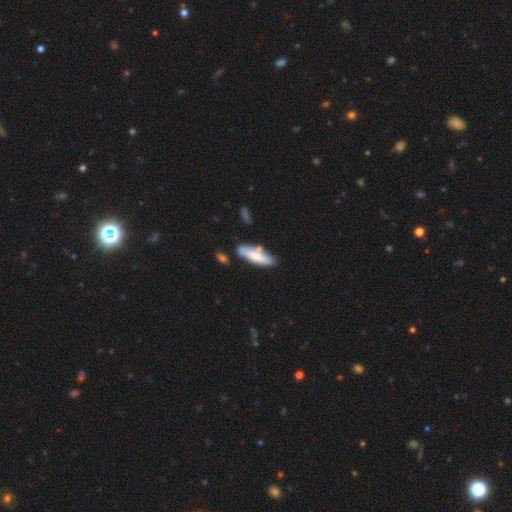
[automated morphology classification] A smooth galaxy with no disk features (73%) that is cigar-shaped (53%).

Vote fractions:
- Smooth or featured? smooth: 73% / featured or disk: 21% / star or artifact: 6%
- How rounded? cigar-shaped: 53% / in between: 46% / round: 2%
- Merging? none: 65% / minor disturbance: 22% / merger: 8% / major disturbance: 5%